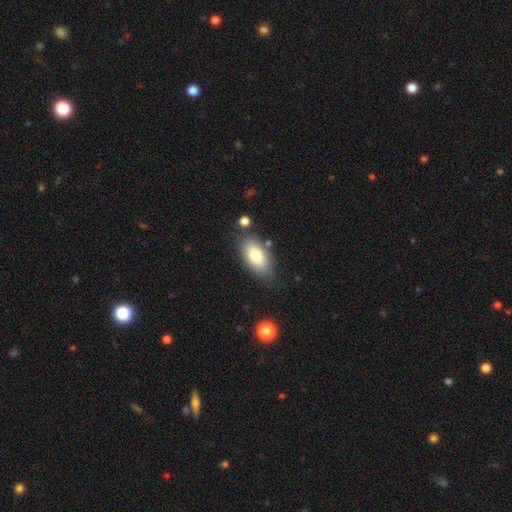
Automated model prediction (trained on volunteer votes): Q: Smooth or featured?
A: smooth (78%); runner-up: featured or disk (15%)
Q: How rounded?
A: in between (91%); runner-up: round (4%)
Q: Merging?
A: none (76%); runner-up: minor disturbance (15%)